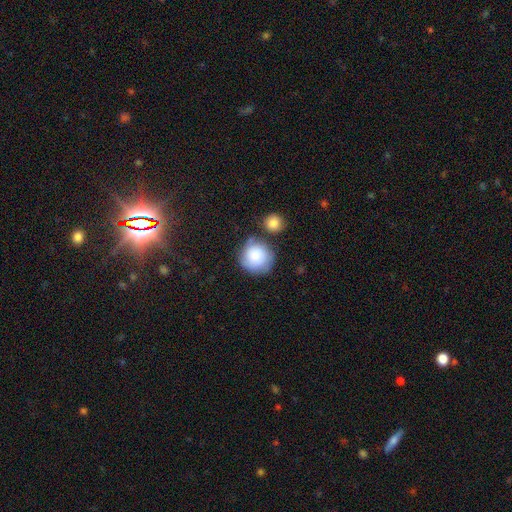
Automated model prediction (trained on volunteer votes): A smooth galaxy with no disk features (81%) that is round (92%). Merging: none (64%).